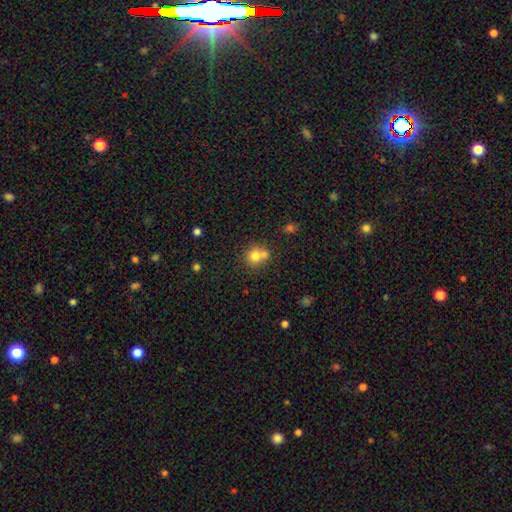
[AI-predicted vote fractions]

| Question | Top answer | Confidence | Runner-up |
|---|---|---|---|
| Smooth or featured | smooth | 76% | featured or disk (12%) |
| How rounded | round | 86% | in between (14%) |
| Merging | none | 47% | merger (41%) |